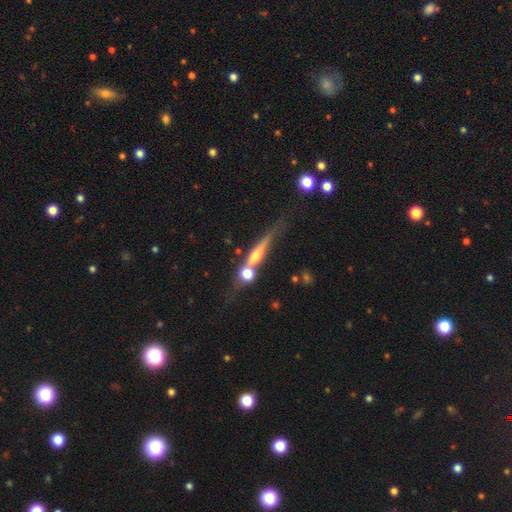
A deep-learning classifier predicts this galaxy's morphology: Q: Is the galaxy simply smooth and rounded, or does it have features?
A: featured or disk — 59%.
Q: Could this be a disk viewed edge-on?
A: yes — 90%.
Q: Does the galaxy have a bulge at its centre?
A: rounded — 83%.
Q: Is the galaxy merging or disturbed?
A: none — 48%.